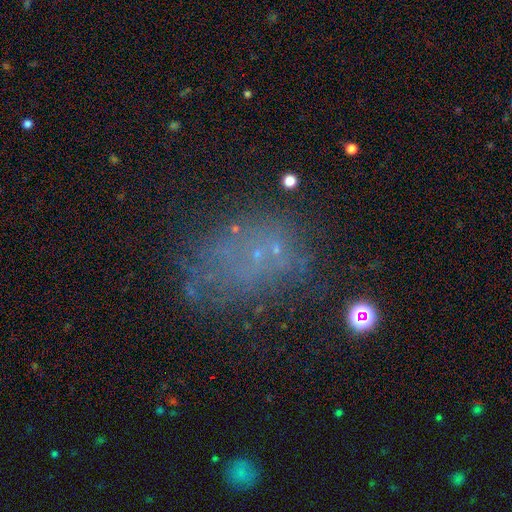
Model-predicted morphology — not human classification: A star or artifact, not a galaxy (34%, tied with smooth).